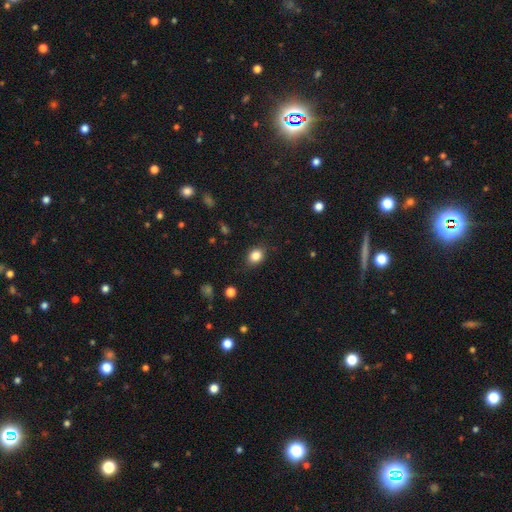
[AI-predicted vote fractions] Smooth or featured: smooth — 84% (star or artifact — 10%)
How rounded: in between — 50% (round — 49%)
Merging: none — 83% (minor disturbance — 12%)